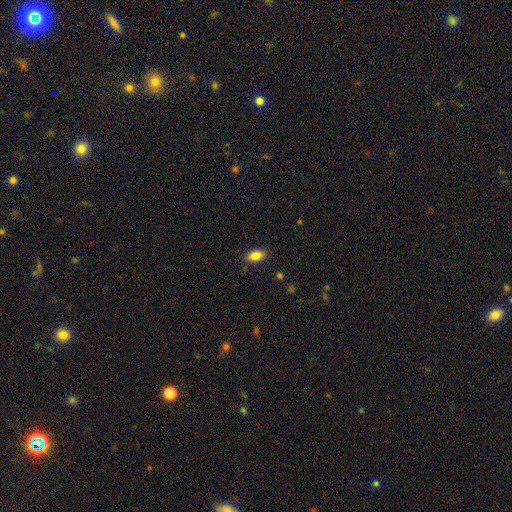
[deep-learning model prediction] This is clearly a smooth galaxy (85%). How rounded: clearly in between (91%). Merging: clearly none (86%).